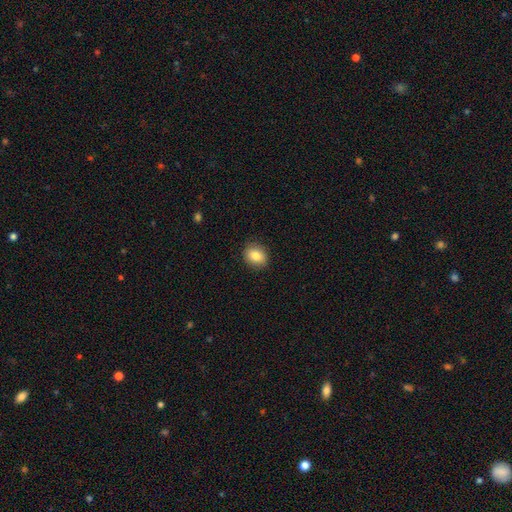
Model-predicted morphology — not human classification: Overall: smooth (84%). How rounded: round (55%; in between 44%). Merging: none (88%).